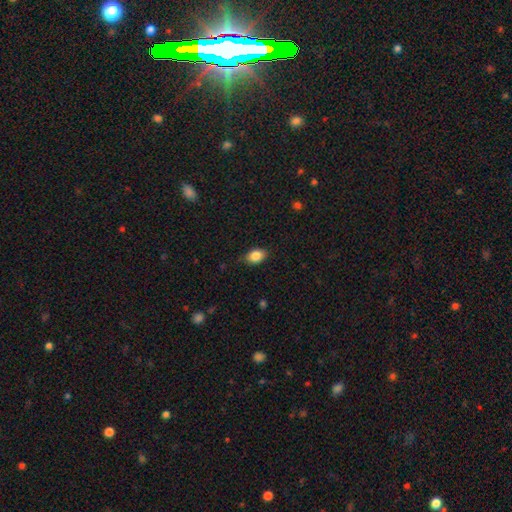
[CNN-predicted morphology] Smooth or featured? Predicted: smooth (p=0.86). How rounded? Predicted: in between (p=0.80). Merging? Predicted: none (p=0.80).